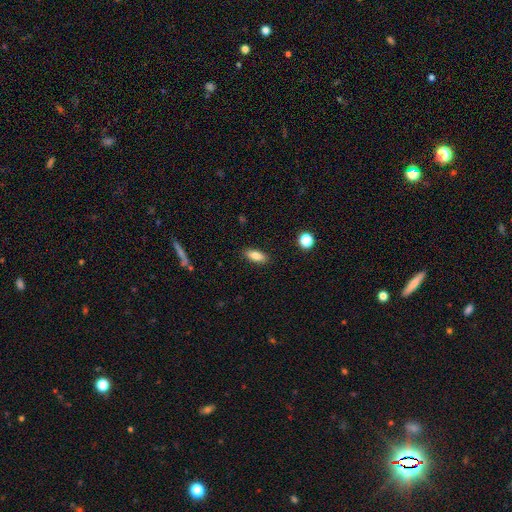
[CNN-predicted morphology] smooth_or_featured: smooth (p=0.82) [alt: featured or disk p=0.10]
how_rounded: in between (p=0.79) [alt: cigar-shaped p=0.18]
merging: none (p=0.88) [alt: minor disturbance p=0.09]